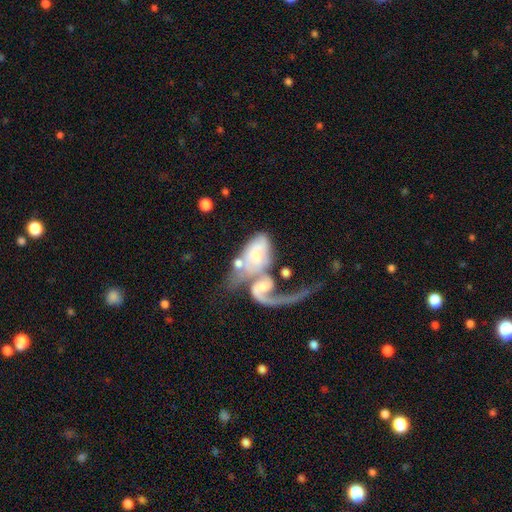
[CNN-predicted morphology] A featured or disk galaxy (64%) with no bar (54%), spiral arms (75%) and a small central bulge (43%). Merging: merger (65%).